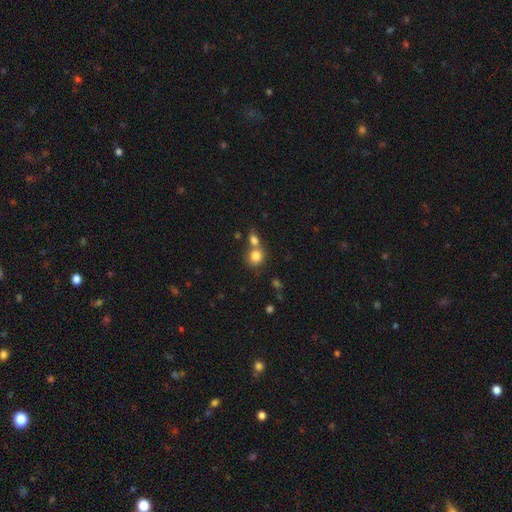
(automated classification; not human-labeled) The model was most divided on "merging": merger: 47%, none: 41%, minor disturbance: 8%, major disturbance: 4%. More confident: smooth or featured — smooth (80%); how rounded — round (75%).